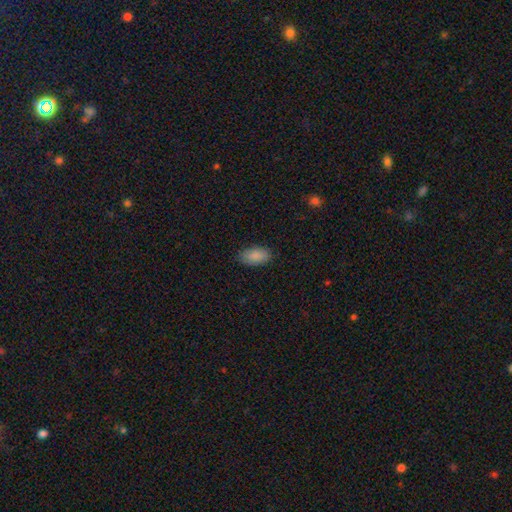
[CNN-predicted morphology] Smooth or featured? smooth (88%)
How rounded? in between (93%)
Merging? none (85%)